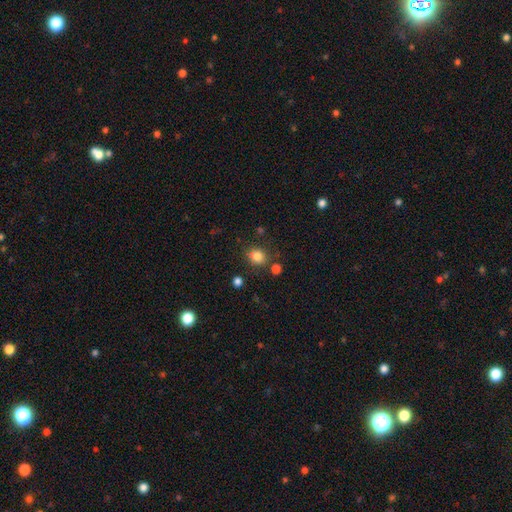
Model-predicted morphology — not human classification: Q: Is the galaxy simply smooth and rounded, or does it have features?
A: smooth — 82%.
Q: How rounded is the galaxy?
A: round — 71%.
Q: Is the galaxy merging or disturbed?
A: none — 76%.